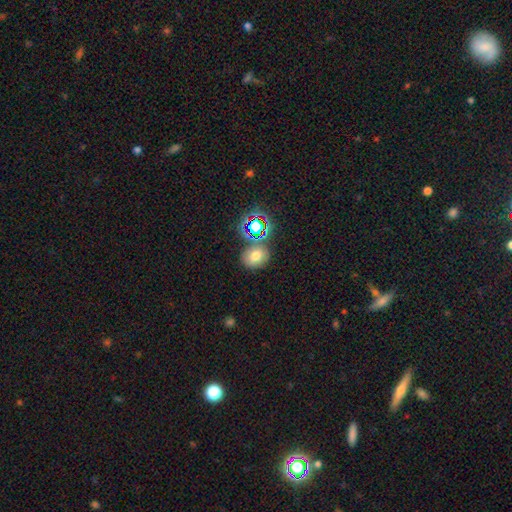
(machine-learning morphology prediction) type=smooth (66%); roundness=round (55%); merging=none (71%).